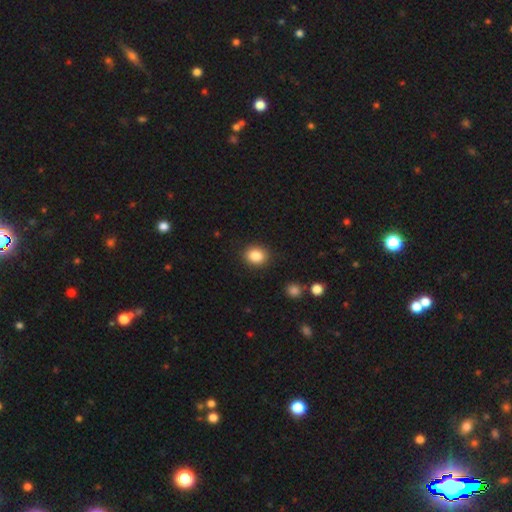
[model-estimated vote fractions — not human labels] This is clearly a smooth galaxy (86%). How rounded: likely round (61%). Merging: clearly none (88%).